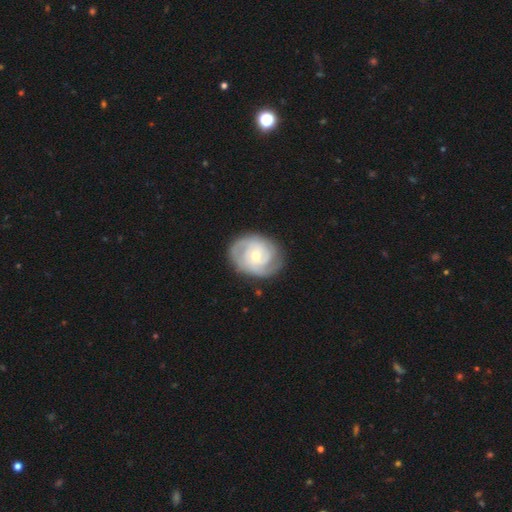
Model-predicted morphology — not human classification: The model was most divided on "spiral arm count": 2: 41%, can't tell: 28%, 3: 18%, 1: 5%, 4: 4%, more than 4: 4%. More confident: edge-on disk — no (97%); spiral arms — yes (90%); smooth or featured — featured or disk (77%); merging — none (77%); bar — no (71%); spiral winding — tight (66%); bulge size — moderate (57%).